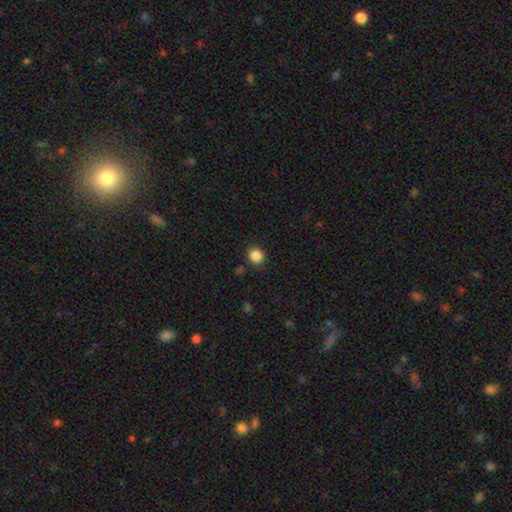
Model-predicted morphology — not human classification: Smooth or featured: smooth — 86% (star or artifact — 11%)
How rounded: round — 87% (in between — 12%)
Merging: none — 87% (minor disturbance — 8%)